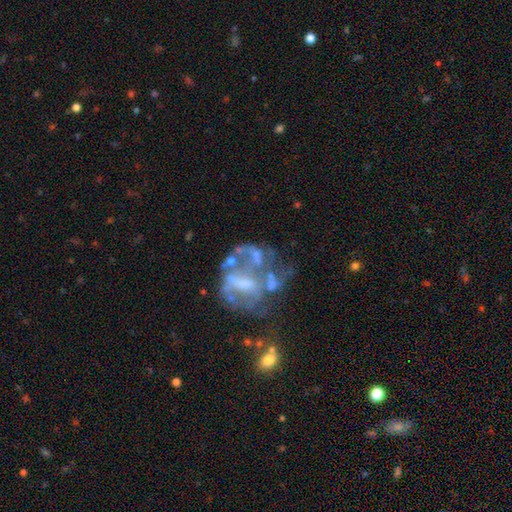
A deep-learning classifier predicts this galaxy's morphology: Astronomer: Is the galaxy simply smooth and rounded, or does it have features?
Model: featured or disk — 65%.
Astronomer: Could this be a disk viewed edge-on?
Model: no — 98%.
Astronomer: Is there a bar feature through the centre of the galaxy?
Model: no — 68%.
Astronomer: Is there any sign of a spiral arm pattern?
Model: no — 80%.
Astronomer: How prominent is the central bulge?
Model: none — 55%.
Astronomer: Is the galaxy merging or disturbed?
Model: major disturbance — 33% (runner-up: merger, 31%).